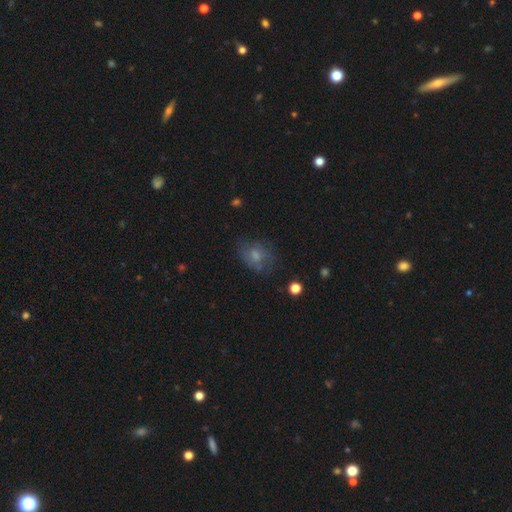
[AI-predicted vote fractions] Morphology: type=smooth (62%); roundness=in between (61%); merging=none (58%).